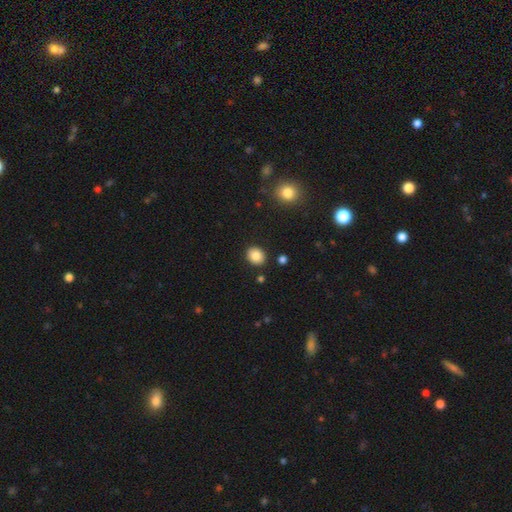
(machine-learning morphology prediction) type=smooth (86%); roundness=round (61%); merging=none (89%).